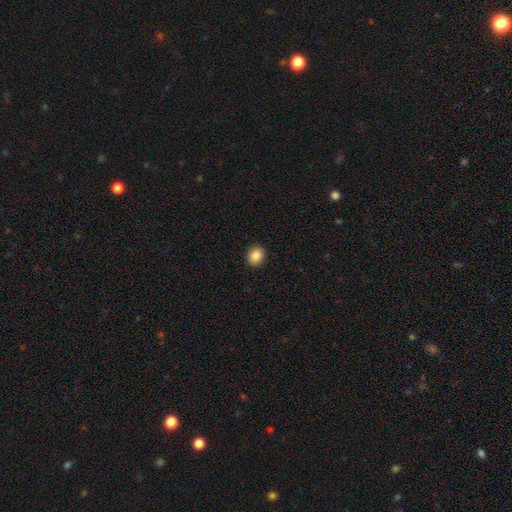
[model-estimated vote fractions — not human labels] smooth 87%, star or artifact 9%, featured or disk 4%. Down the decision tree: how rounded — round (58%); merging — none (92%).